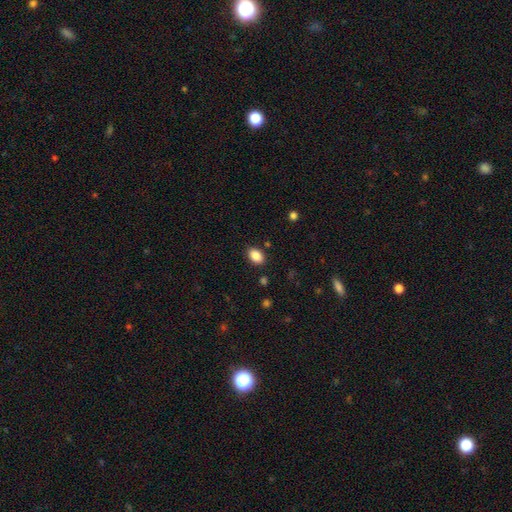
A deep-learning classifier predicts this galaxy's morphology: smooth_or_featured: smooth (p=0.87) [alt: star or artifact p=0.08]
how_rounded: in between (p=0.84) [alt: round p=0.14]
merging: none (p=0.87) [alt: minor disturbance p=0.09]